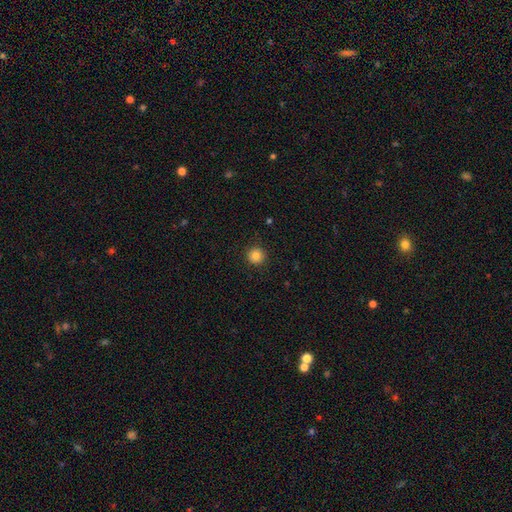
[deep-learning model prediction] Smooth or featured? smooth (84%)
How rounded? round (95%)
Merging? none (91%)